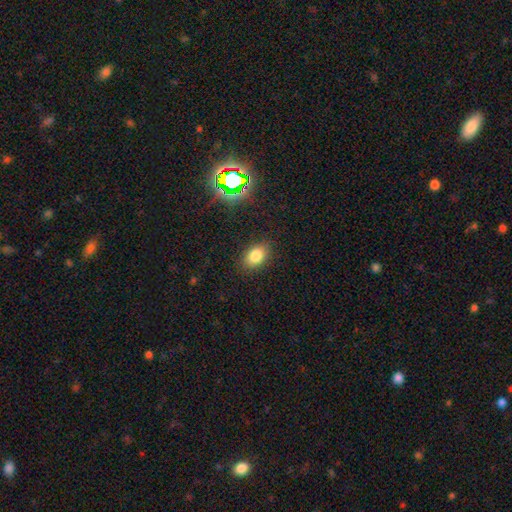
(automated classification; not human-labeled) This appears to be a smooth galaxy with no disk features (80%) that is in between round and cigar-shaped (81%). Merging: none (85%).